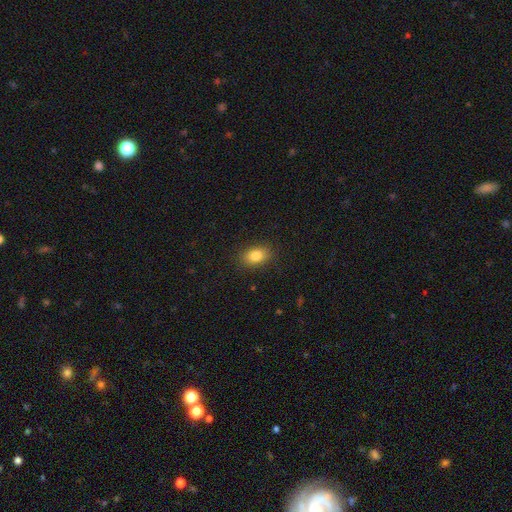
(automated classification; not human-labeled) This appears to be a smooth galaxy with no disk features (83%) that is in between round and cigar-shaped (80%). Merging: none (87%).